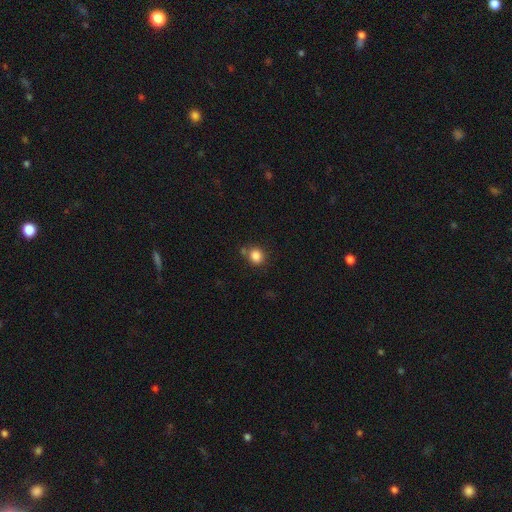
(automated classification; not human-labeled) Smooth or featured?
  - smooth: 85% *
  - star or artifact: 11%
  - featured or disk: 5%
How rounded?
  - round: 77% *
  - in between: 22%
  - cigar-shaped: 1%
Merging?
  - none: 69% *
  - minor disturbance: 15%
  - merger: 11%
  - major disturbance: 5%